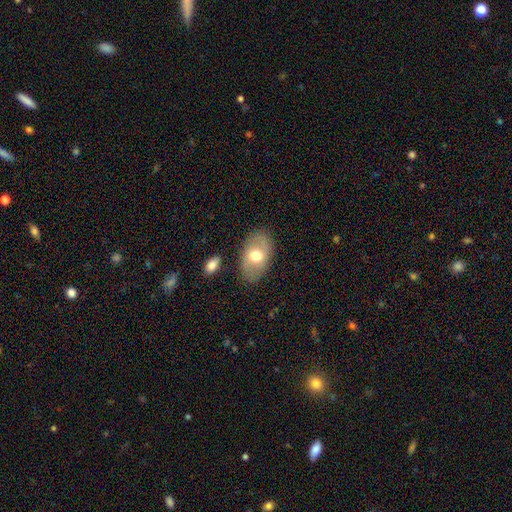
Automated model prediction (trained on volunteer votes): Smooth or featured? Predicted: smooth (p=0.59). How rounded? Predicted: in between (p=0.89). Merging? Predicted: none (p=0.81).